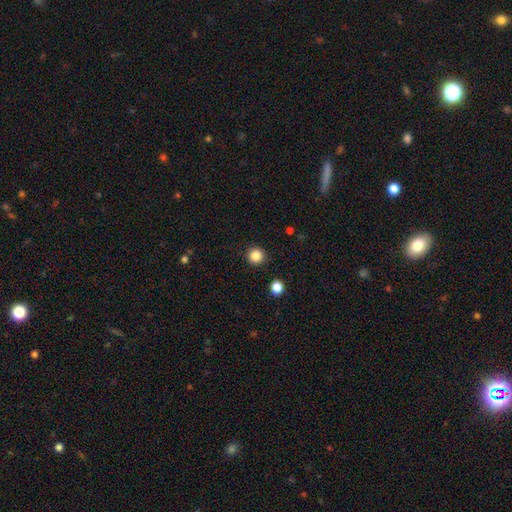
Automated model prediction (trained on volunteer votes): Smooth or featured: smooth — 86% (star or artifact — 11%)
How rounded: round — 95% (in between — 4%)
Merging: none — 92% (minor disturbance — 5%)